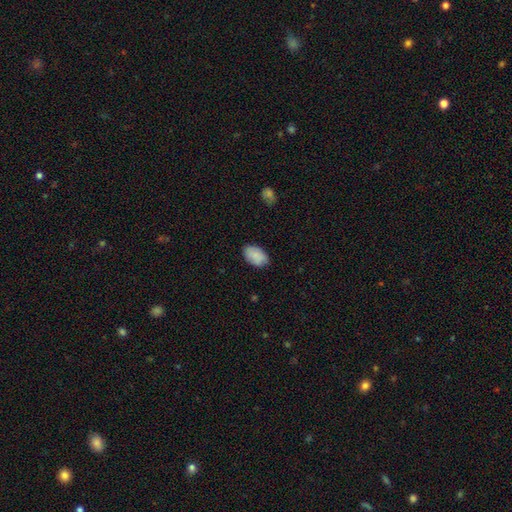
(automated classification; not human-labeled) Smooth or featured?
  - smooth: 87% *
  - featured or disk: 7%
  - star or artifact: 6%
How rounded?
  - in between: 92% *
  - round: 7%
  - cigar-shaped: 1%
Merging?
  - none: 82% *
  - minor disturbance: 14%
  - major disturbance: 3%
  - merger: 1%